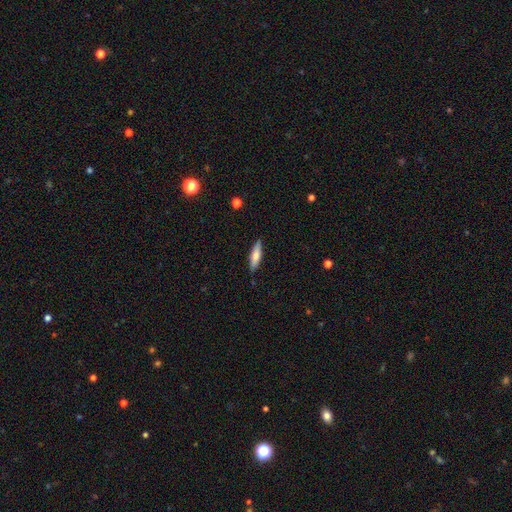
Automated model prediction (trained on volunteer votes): Smooth or featured?
  - smooth: 68% *
  - featured or disk: 26%
  - star or artifact: 6%
How rounded?
  - cigar-shaped: 67% *
  - in between: 31%
  - round: 2%
Merging?
  - none: 88% *
  - minor disturbance: 9%
  - major disturbance: 2%
  - merger: 1%